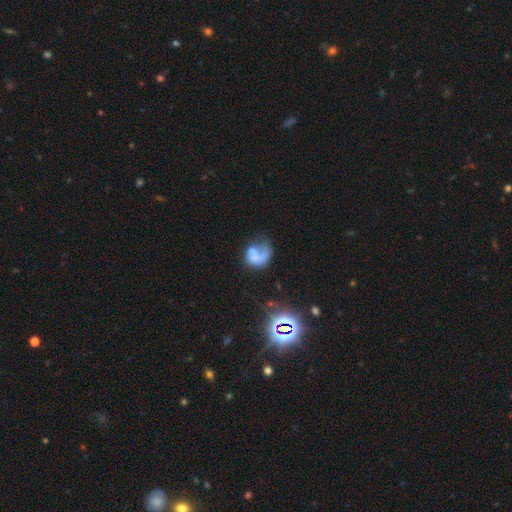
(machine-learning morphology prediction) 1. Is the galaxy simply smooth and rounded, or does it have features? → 45% featured or disk, 44% smooth, 11% star or artifact.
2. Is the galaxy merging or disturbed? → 39% major disturbance, 30% none, 17% minor disturbance, 13% merger.